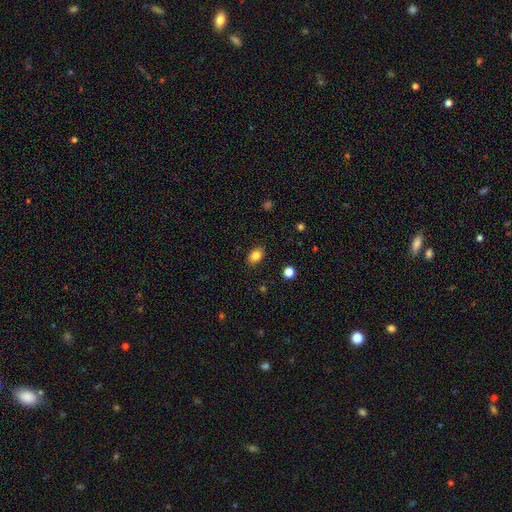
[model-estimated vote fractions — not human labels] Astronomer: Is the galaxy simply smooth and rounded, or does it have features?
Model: smooth — 83%.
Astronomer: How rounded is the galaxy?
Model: in between — 78%.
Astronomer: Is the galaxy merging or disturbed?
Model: none — 87%.